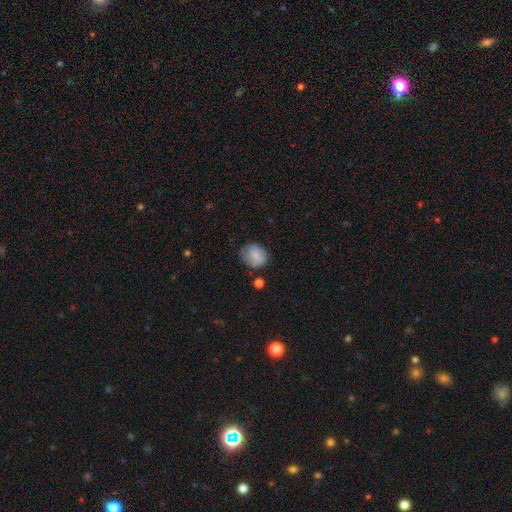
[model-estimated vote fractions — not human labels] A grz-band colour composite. It shows a smooth galaxy with no disk features (76%) that is round (61%). Merging: none (65%).